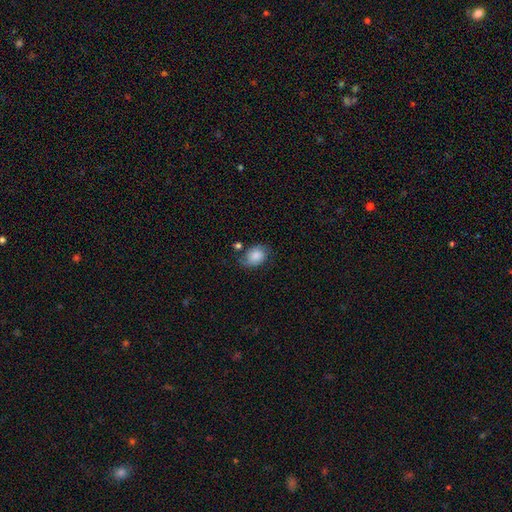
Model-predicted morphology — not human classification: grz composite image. It shows a smooth galaxy with no disk features (75%) that is in between round and cigar-shaped (67%). Merging: none (53%).